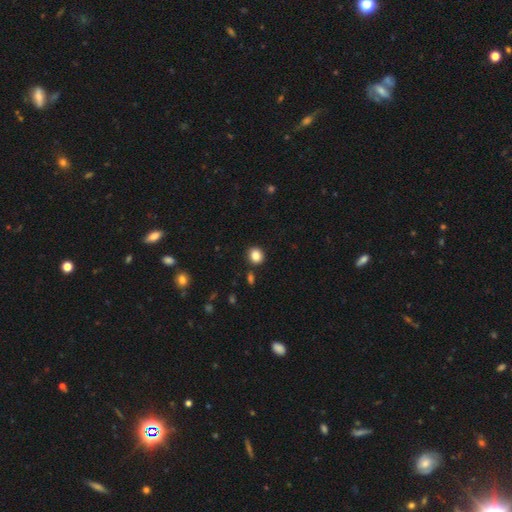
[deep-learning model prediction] This is clearly a smooth galaxy (86%). How rounded: likely round (73%). Merging: clearly none (87%).